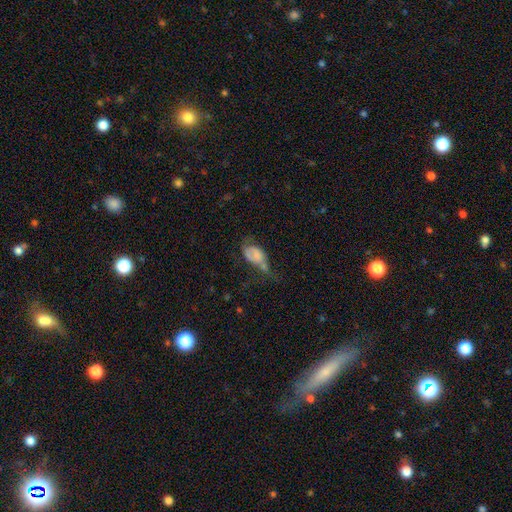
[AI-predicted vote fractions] Smooth or featured?
  - smooth: 59% *
  - featured or disk: 31%
  - star or artifact: 10%
How rounded?
  - in between: 88% *
  - round: 9%
  - cigar-shaped: 3%
Merging?
  - major disturbance: 42% *
  - minor disturbance: 24%
  - merger: 17%
  - none: 17%